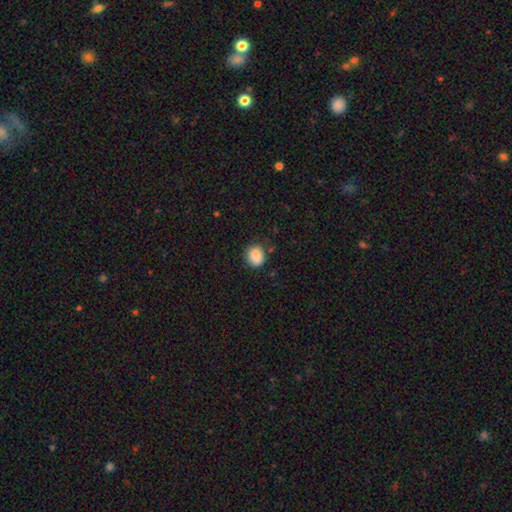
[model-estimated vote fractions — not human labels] Overall: smooth (88%). How rounded: round (67%; in between 32%). Merging: none (77%).